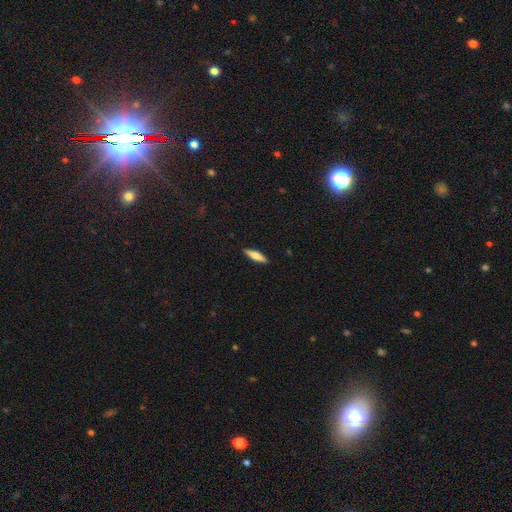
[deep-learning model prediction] smooth-or-featured: smooth: 71% | featured or disk: 24% | star or artifact: 6%
  how-rounded: cigar-shaped: 74% | in between: 24% | round: 2%
  merging: none: 91% | minor disturbance: 7% | major disturbance: 2% | merger: 1%